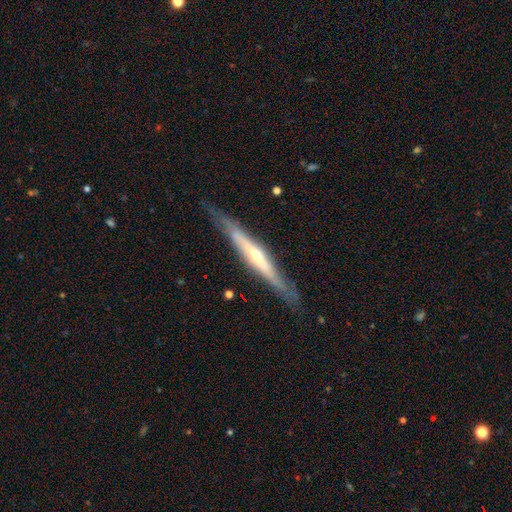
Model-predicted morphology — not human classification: This is likely a featured or disk galaxy (75%). It is clearly viewed edge-on (94%). Edge-on bulge: likely rounded (70%). Merging: clearly none (85%).